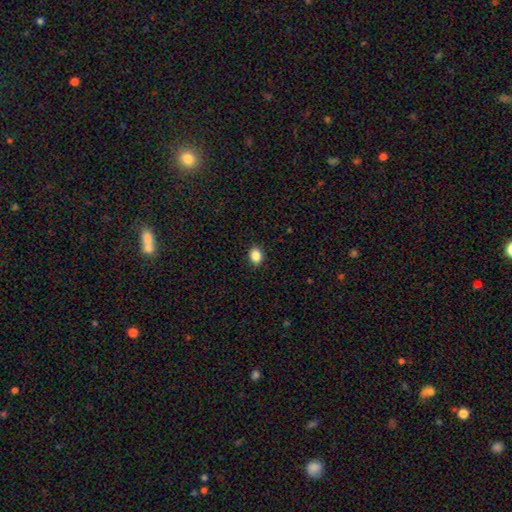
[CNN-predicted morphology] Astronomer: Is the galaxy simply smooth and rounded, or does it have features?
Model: smooth — 87%.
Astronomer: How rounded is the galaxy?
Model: in between — 58% (runner-up: round, 41%).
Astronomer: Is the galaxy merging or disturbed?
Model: none — 90%.